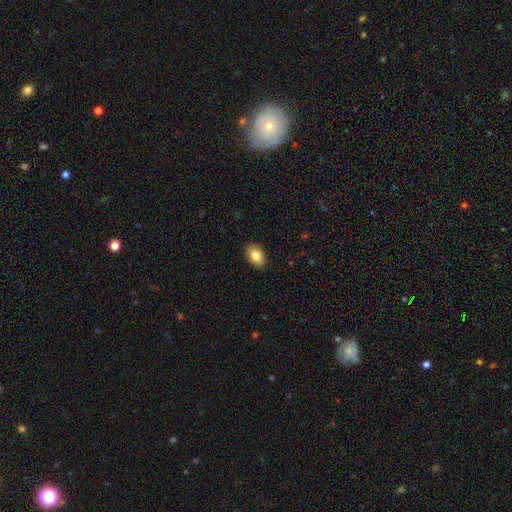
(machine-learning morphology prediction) Smooth or featured? Predicted: smooth (p=0.85). How rounded? Predicted: in between (p=0.88). Merging? Predicted: none (p=0.90).